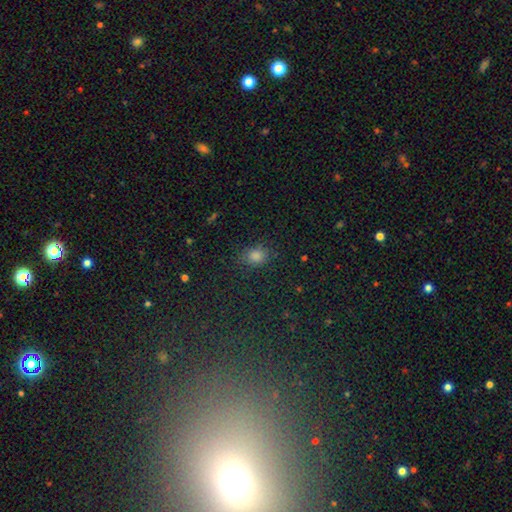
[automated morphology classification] Q: Smooth or featured?
A: smooth (78%); runner-up: star or artifact (17%)
Q: How rounded?
A: round (52%); runner-up: in between (46%)
Q: Merging?
A: none (82%); runner-up: minor disturbance (13%)